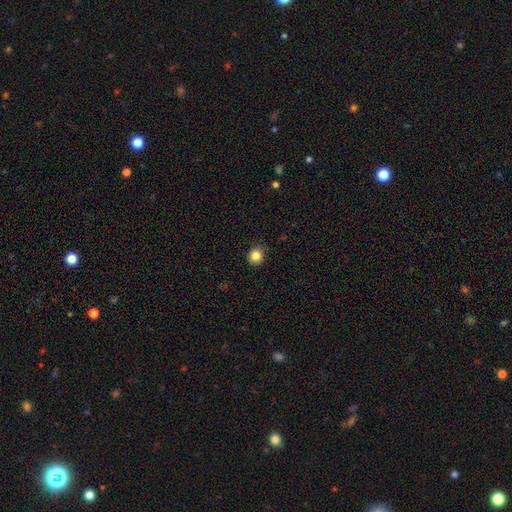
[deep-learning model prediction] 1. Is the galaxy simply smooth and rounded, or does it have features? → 85% smooth, 11% star or artifact, 5% featured or disk.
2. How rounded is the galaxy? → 86% round, 13% in between, 1% cigar-shaped.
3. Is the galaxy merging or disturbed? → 86% none, 11% minor disturbance, 2% major disturbance, 1% merger.